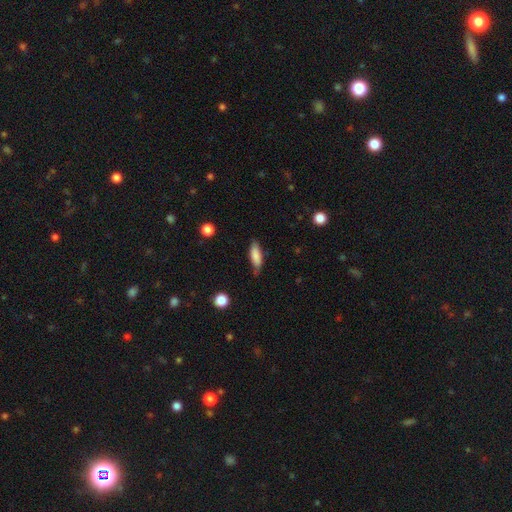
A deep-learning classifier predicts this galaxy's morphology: Q: Smooth or featured?
A: smooth (81%); runner-up: featured or disk (13%)
Q: How rounded?
A: in between (56%); runner-up: cigar-shaped (42%)
Q: Merging?
A: none (69%); runner-up: minor disturbance (24%)